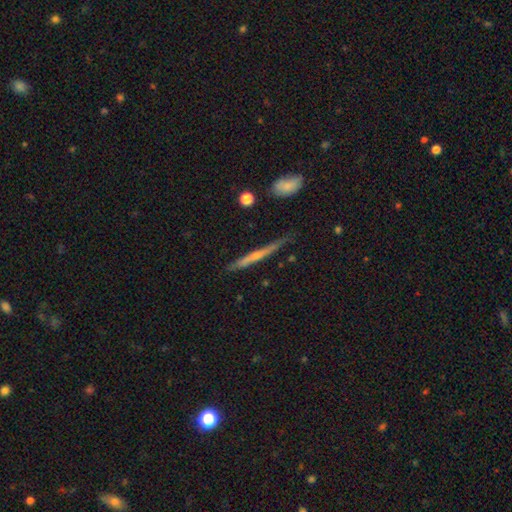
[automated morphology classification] The model was most divided on "edge-on bulge": none: 51%, rounded: 43%, boxy: 6%. More confident: edge-on disk — yes (96%); merging — none (78%); smooth or featured — featured or disk (58%).